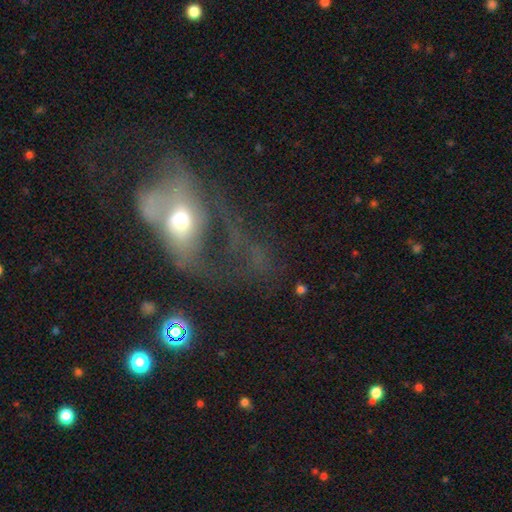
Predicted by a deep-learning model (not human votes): Smooth or featured?
  - featured or disk: 47% *
  - smooth: 35%
  - star or artifact: 17%
Merging?
  - major disturbance: 57% *
  - merger: 18%
  - none: 14%
  - minor disturbance: 11%